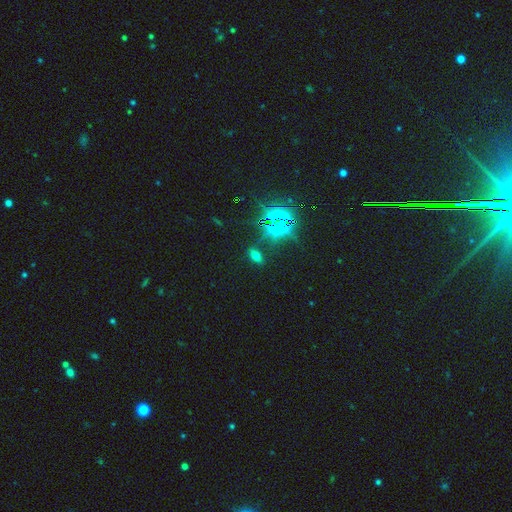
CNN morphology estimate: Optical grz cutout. It shows a smooth galaxy with no disk features (46%). Merging: none (80%).